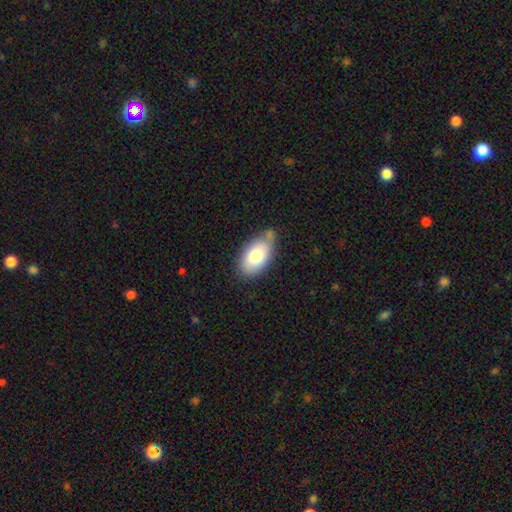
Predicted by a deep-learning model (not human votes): This is likely a smooth galaxy (78%). How rounded: clearly in between (93%). Merging: likely none (62%).